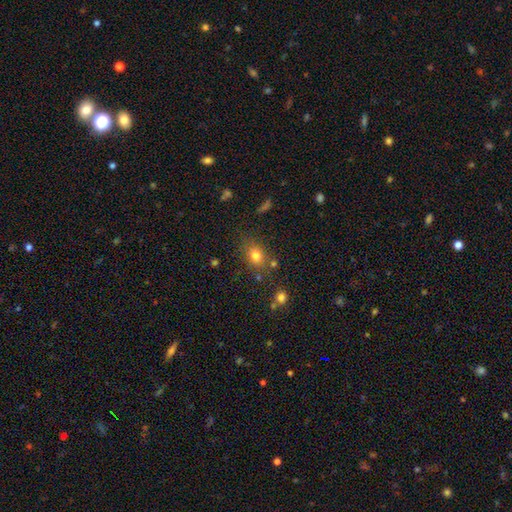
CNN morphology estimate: This appears to be a smooth galaxy with no disk features (78%) that is in between round and cigar-shaped (59%). Merging: none (72%).